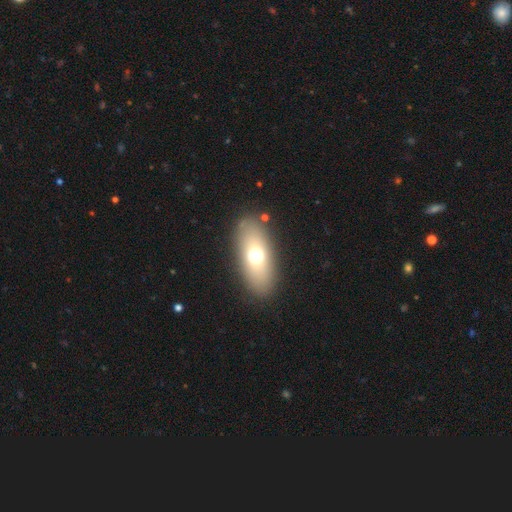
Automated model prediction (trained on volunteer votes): smooth_or_featured: smooth (p=0.65) [alt: featured or disk p=0.24]
how_rounded: in between (p=0.82) [alt: cigar-shaped p=0.10]
merging: none (p=0.86) [alt: minor disturbance p=0.08]